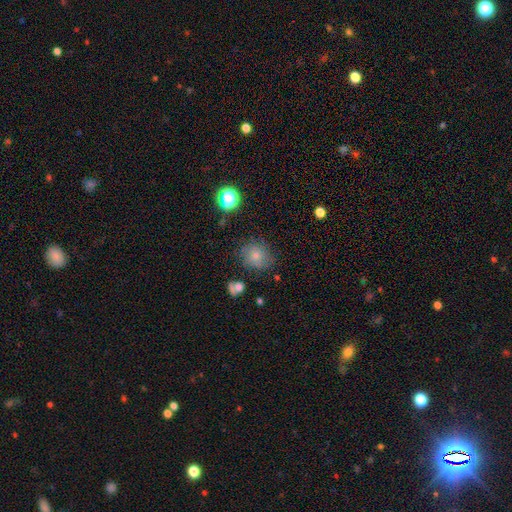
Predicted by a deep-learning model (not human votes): Morphology: type=smooth (76%); roundness=round (75%); merging=none (73%).